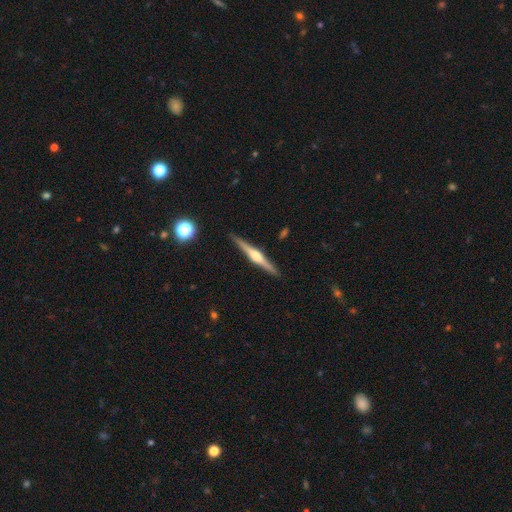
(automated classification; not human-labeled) Smooth or featured? Predicted: featured or disk (p=0.78). Edge-on disk? Predicted: yes (p=0.98). Edge-on bulge? Predicted: rounded (p=0.84). Merging? Predicted: none (p=0.91).